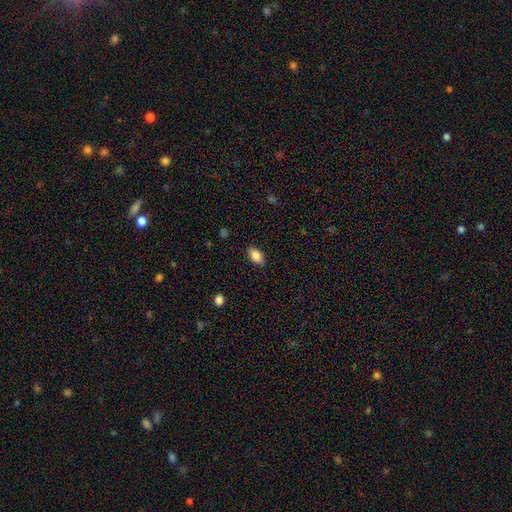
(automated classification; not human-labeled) smooth 85%, star or artifact 8%, featured or disk 7%. Down the decision tree: how rounded — in between (88%); merging — none (86%).